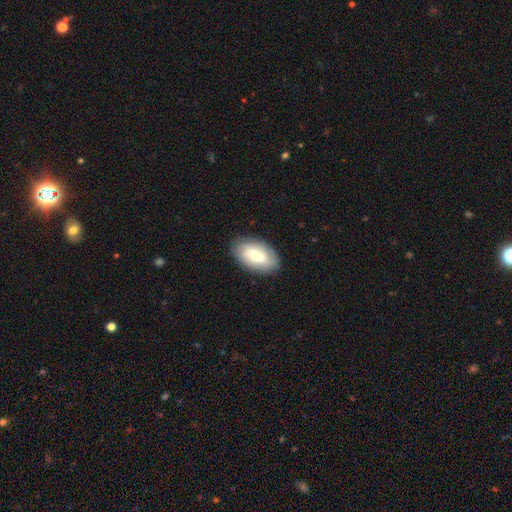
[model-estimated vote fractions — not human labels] This appears to be a smooth galaxy with no disk features (63%) that is in between round and cigar-shaped (94%). Merging: none (84%).